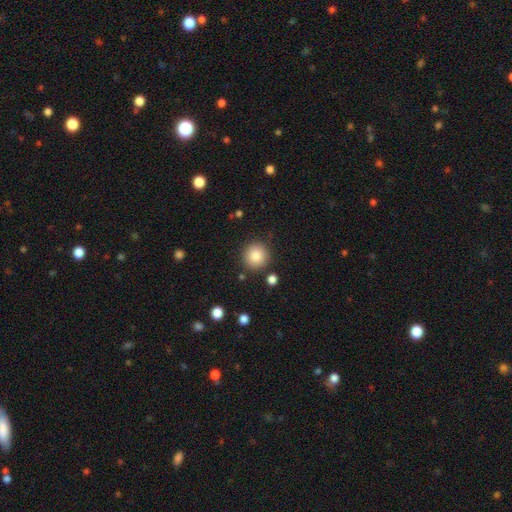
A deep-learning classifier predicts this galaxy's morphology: A smooth galaxy with no disk features (85%) that is round (94%).

Vote fractions:
- Smooth or featured? smooth: 85% / star or artifact: 9% / featured or disk: 6%
- How rounded? round: 94% / in between: 5% / cigar-shaped: 1%
- Merging? none: 88% / minor disturbance: 7% / merger: 3% / major disturbance: 2%